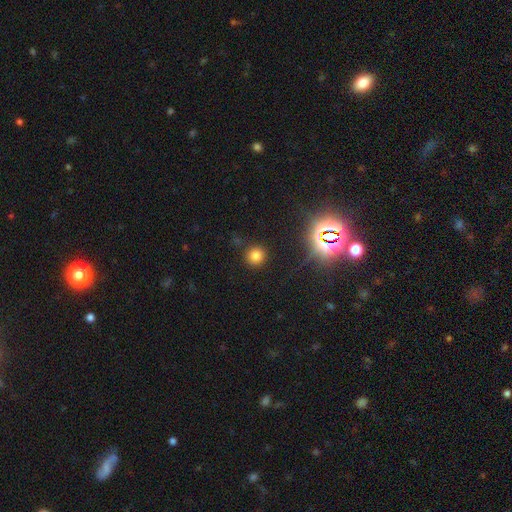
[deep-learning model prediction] smooth-or-featured: smooth: 73% | star or artifact: 20% | featured or disk: 7%
  how-rounded: round: 93% | in between: 6% | cigar-shaped: 1%
  merging: none: 88% | minor disturbance: 7% | major disturbance: 3% | merger: 2%